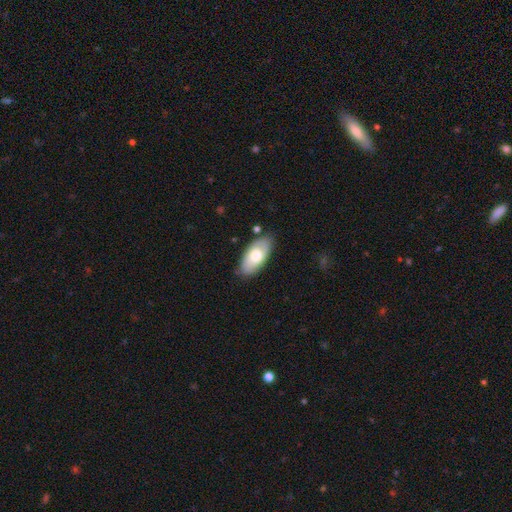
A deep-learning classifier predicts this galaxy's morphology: smooth 66%, featured or disk 29%, star or artifact 6%. Down the decision tree: how rounded — in between (93%); merging — none (79%).